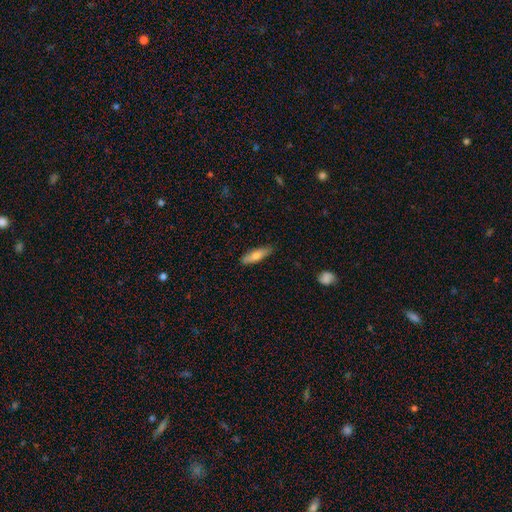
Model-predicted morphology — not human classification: Q: Smooth or featured?
A: smooth (68%); runner-up: featured or disk (26%)
Q: How rounded?
A: cigar-shaped (59%); runner-up: in between (39%)
Q: Merging?
A: none (85%); runner-up: minor disturbance (12%)